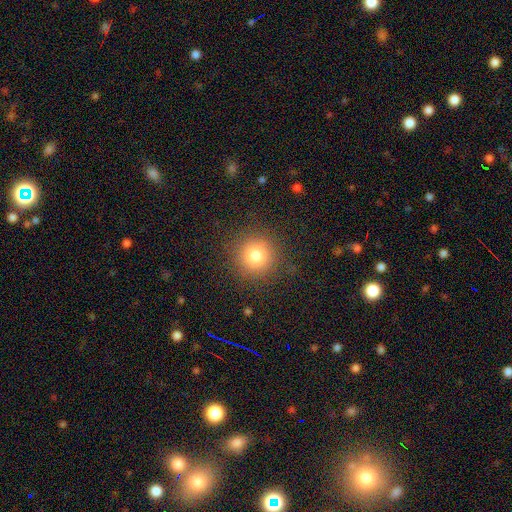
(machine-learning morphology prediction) smooth_or_featured: smooth (p=0.79) [alt: star or artifact p=0.14]
how_rounded: round (p=0.94) [alt: in between p=0.05]
merging: none (p=0.88) [alt: minor disturbance p=0.08]